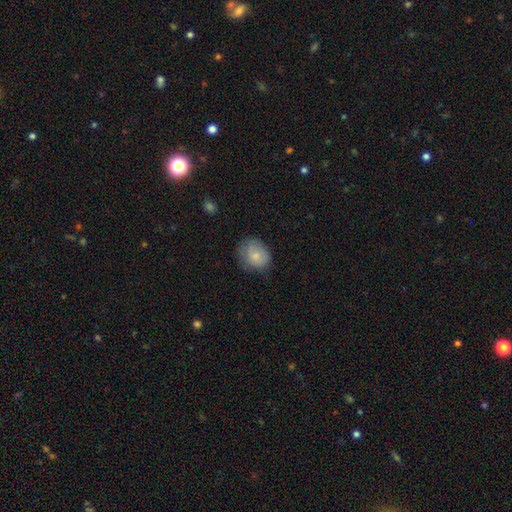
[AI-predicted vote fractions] A smooth galaxy with no disk features (78%) that is round (59%).

Vote fractions:
- Smooth or featured? smooth: 78% / featured or disk: 15% / star or artifact: 7%
- How rounded? round: 59% / in between: 40% / cigar-shaped: 1%
- Merging? none: 65% / minor disturbance: 26% / major disturbance: 7% / merger: 1%